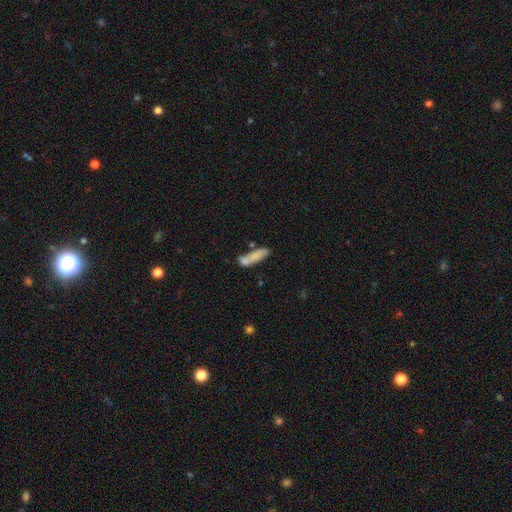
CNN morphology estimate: Q: Smooth or featured?
A: smooth (74%); runner-up: featured or disk (18%)
Q: How rounded?
A: cigar-shaped (52%); runner-up: in between (45%)
Q: Merging?
A: merger (40%); runner-up: none (37%)